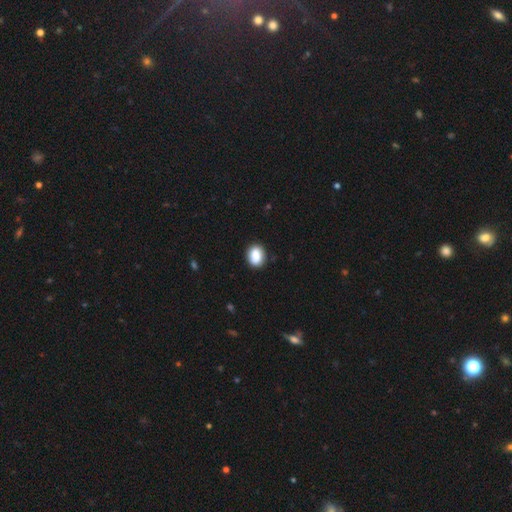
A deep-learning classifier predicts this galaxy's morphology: smooth 88%, star or artifact 8%, featured or disk 5%. Down the decision tree: how rounded — in between (64%); merging — none (87%).